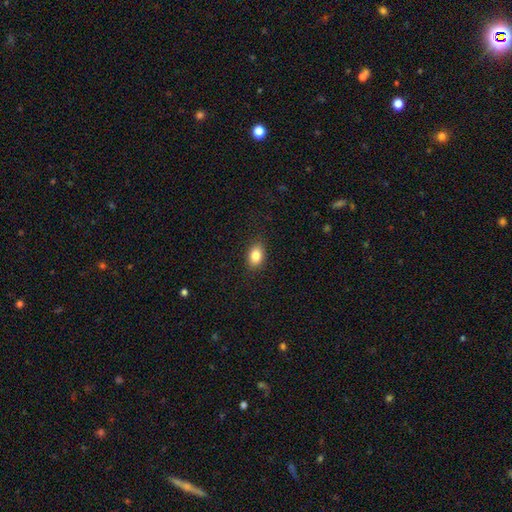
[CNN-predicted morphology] Overall: smooth (84%). How rounded: in between (78%). Merging: none (87%).